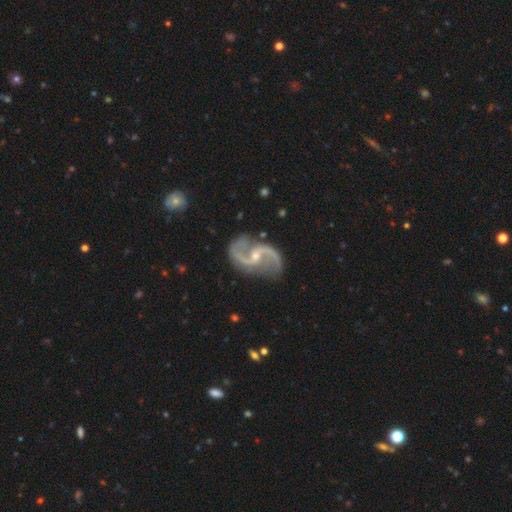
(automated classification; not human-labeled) Smooth or featured? featured or disk (93%)
Edge-on disk? no (98%)
Bar? no (46%)
Spiral arms? yes (98%)
Spiral winding? loose (58%)
Spiral arm count? 2 (94%)
Bulge size? small (65%)
Merging? none (79%)